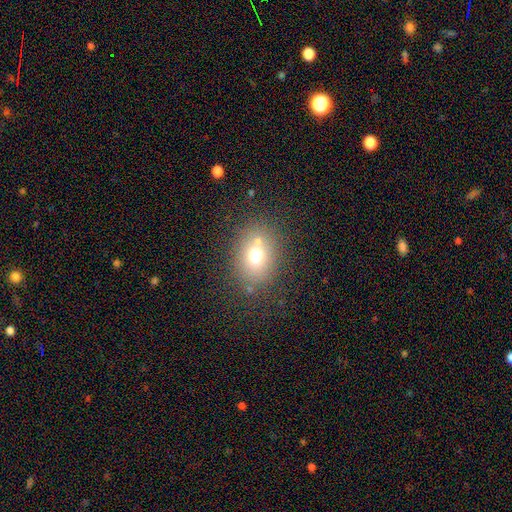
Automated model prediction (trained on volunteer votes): smooth_or_featured: smooth (p=0.67) [alt: featured or disk p=0.17]
how_rounded: round (p=0.50) [alt: in between p=0.49]
merging: none (p=0.68) [alt: merger p=0.15]